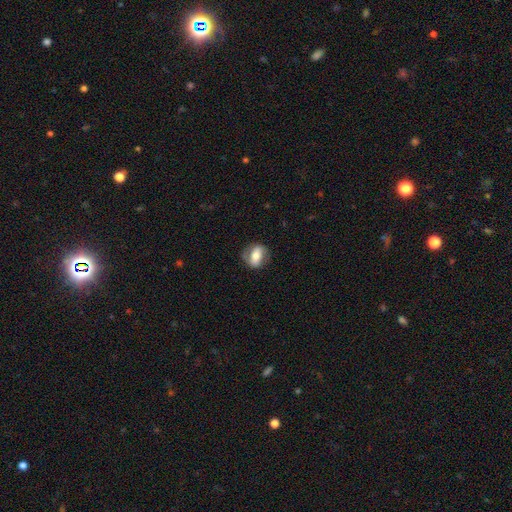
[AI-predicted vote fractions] Smooth or featured? Predicted: smooth (p=0.52). How rounded? Predicted: in between (p=0.67). Merging? Predicted: none (p=0.76).